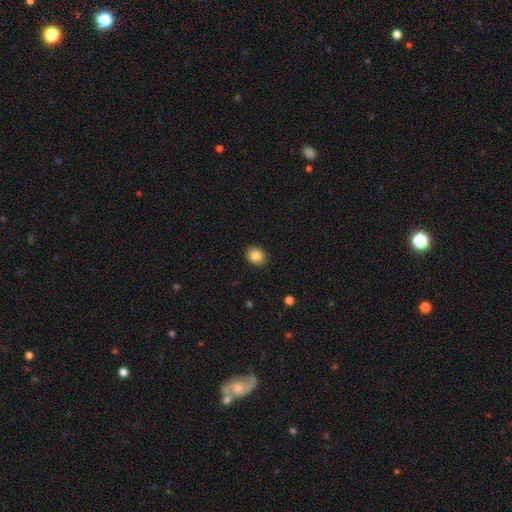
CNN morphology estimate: Smooth or featured? Predicted: smooth (p=0.84). How rounded? Predicted: round (p=0.57). Merging? Predicted: none (p=0.90).